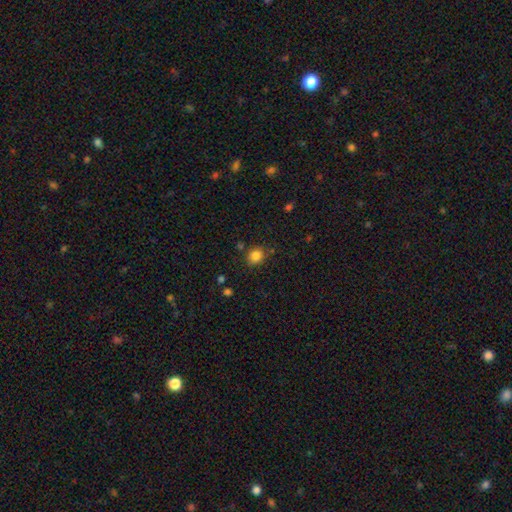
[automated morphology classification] Overall: smooth (84%). How rounded: round (73%). Merging: none (80%).